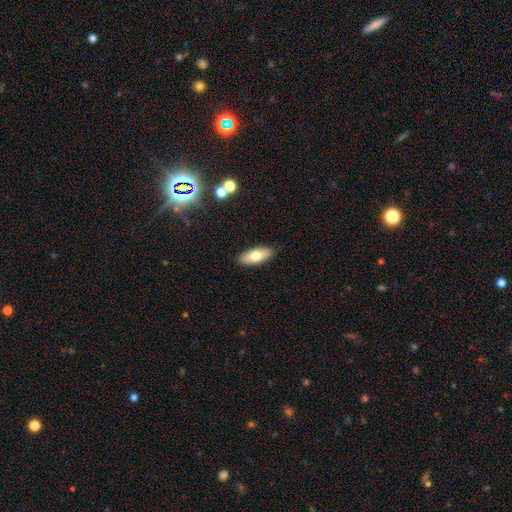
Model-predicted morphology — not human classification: The model was most divided on "smooth or featured": smooth: 71%, featured or disk: 22%, star or artifact: 7%. More confident: merging — none (89%); how rounded — in between (78%).